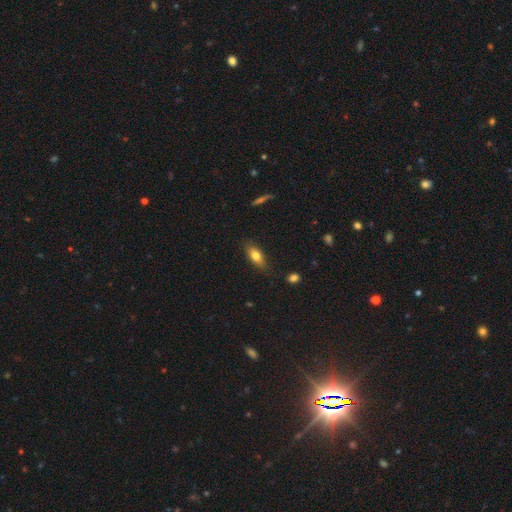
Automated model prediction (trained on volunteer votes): Smooth or featured: smooth — 73% (featured or disk — 19%)
How rounded: in between — 74% (cigar-shaped — 22%)
Merging: none — 82% (minor disturbance — 14%)